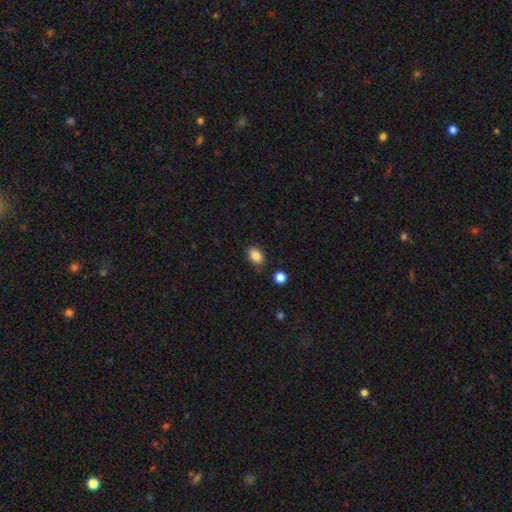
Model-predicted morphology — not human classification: type=smooth (86%); roundness=in between (77%); merging=none (81%).